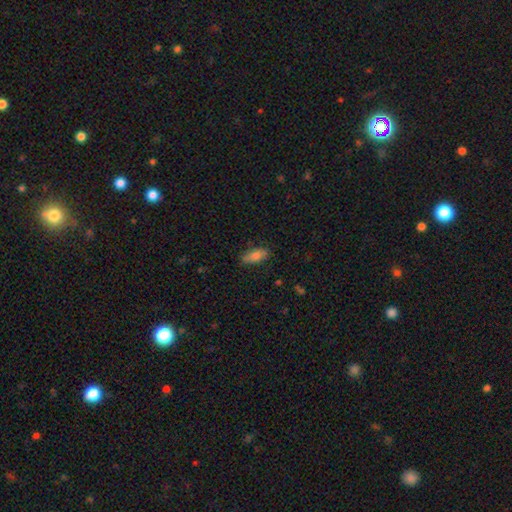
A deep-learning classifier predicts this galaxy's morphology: Smooth or featured?
  - smooth: 76% *
  - featured or disk: 17%
  - star or artifact: 7%
How rounded?
  - in between: 78% *
  - cigar-shaped: 19%
  - round: 3%
Merging?
  - none: 82% *
  - minor disturbance: 14%
  - major disturbance: 3%
  - merger: 1%